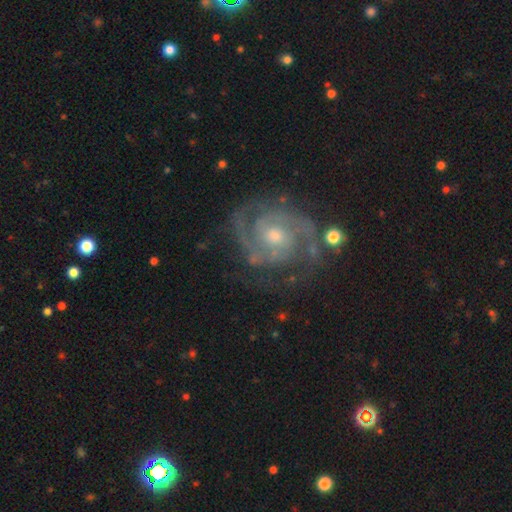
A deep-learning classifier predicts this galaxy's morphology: Q: Smooth or featured?
A: featured or disk (90%); runner-up: star or artifact (6%)
Q: Edge-on disk?
A: no (98%); runner-up: yes (2%)
Q: Bar?
A: no (59%); runner-up: weak (33%)
Q: Spiral arms?
A: yes (98%); runner-up: no (2%)
Q: Spiral winding?
A: tight (60%); runner-up: medium (35%)
Q: Spiral arm count?
A: 2 (59%); runner-up: 3 (18%)
Q: Bulge size?
A: moderate (53%); runner-up: small (43%)
Q: Merging?
A: none (75%); runner-up: minor disturbance (16%)